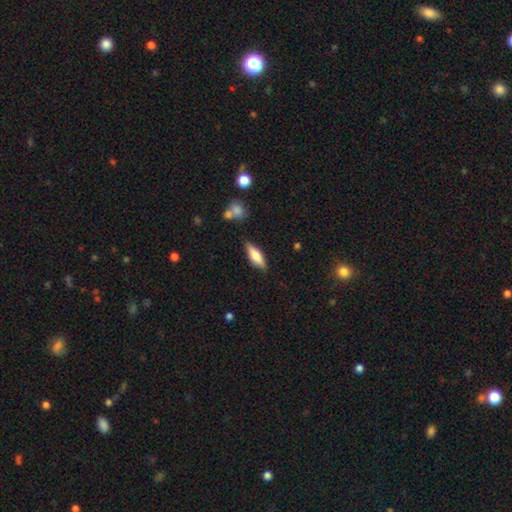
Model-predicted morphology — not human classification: smooth_or_featured: smooth (p=0.73) [alt: featured or disk p=0.21]
how_rounded: in between (p=0.61) [alt: cigar-shaped p=0.37]
merging: none (p=0.82) [alt: minor disturbance p=0.12]